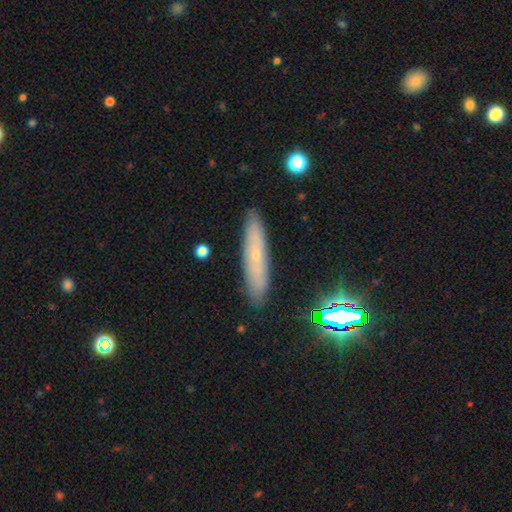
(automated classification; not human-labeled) The model was most divided on "smooth or featured": smooth: 48%, featured or disk: 41%, star or artifact: 12%. More confident: merging — none (87%).